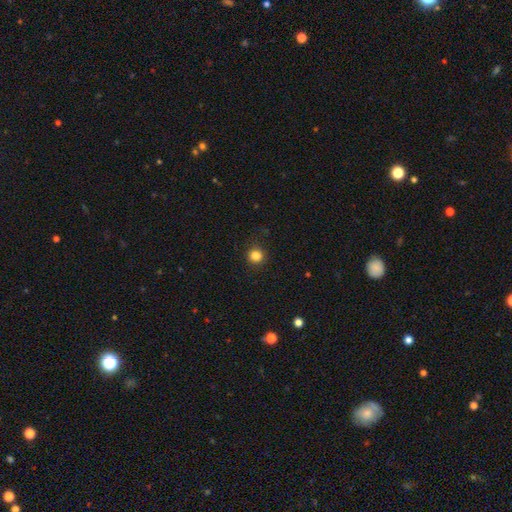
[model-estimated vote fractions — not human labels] Smooth or featured?
  - smooth: 84% *
  - star or artifact: 12%
  - featured or disk: 4%
How rounded?
  - round: 94% *
  - in between: 5%
  - cigar-shaped: 1%
Merging?
  - none: 90% *
  - minor disturbance: 7%
  - major disturbance: 2%
  - merger: 1%